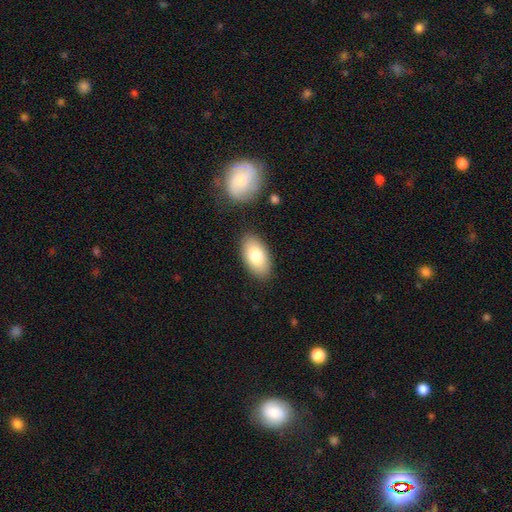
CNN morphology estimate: smooth-or-featured: smooth: 80% | featured or disk: 13% | star or artifact: 7%
  how-rounded: in between: 94% | round: 4% | cigar-shaped: 2%
  merging: none: 85% | minor disturbance: 10% | major disturbance: 3% | merger: 2%